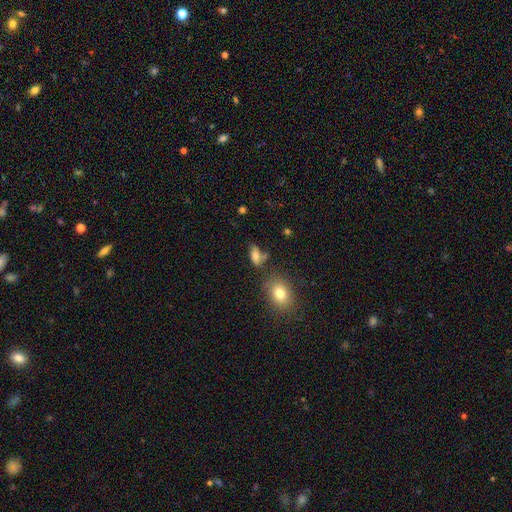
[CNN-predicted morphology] type=smooth (71%); roundness=in between (85%); merging=none (50%).